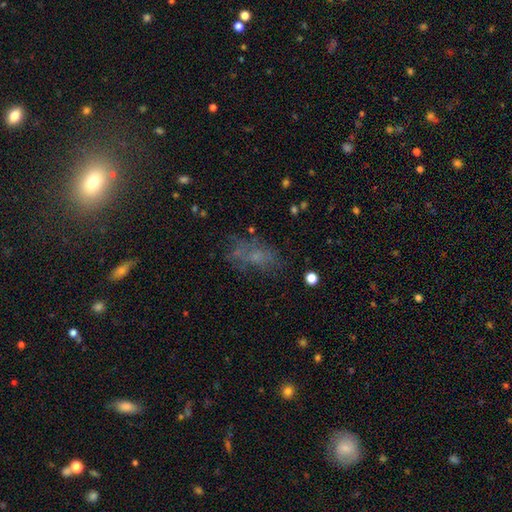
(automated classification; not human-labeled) Overall: smooth (48%; featured or disk 30%). Merging: none (53%; minor disturbance 21%).